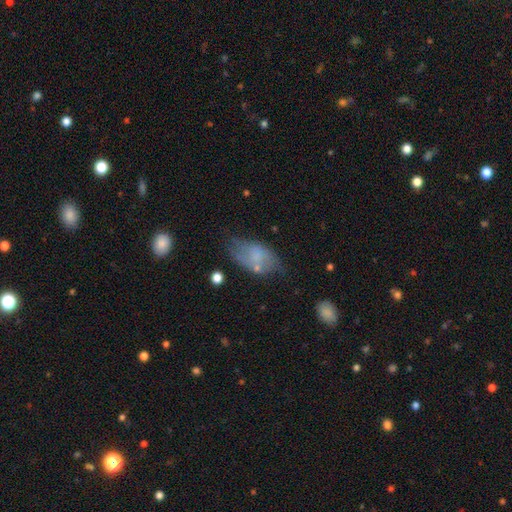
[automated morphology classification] This appears to be a smooth galaxy with no disk features (53%) that is in between round and cigar-shaped (91%). Merging: none (48%).